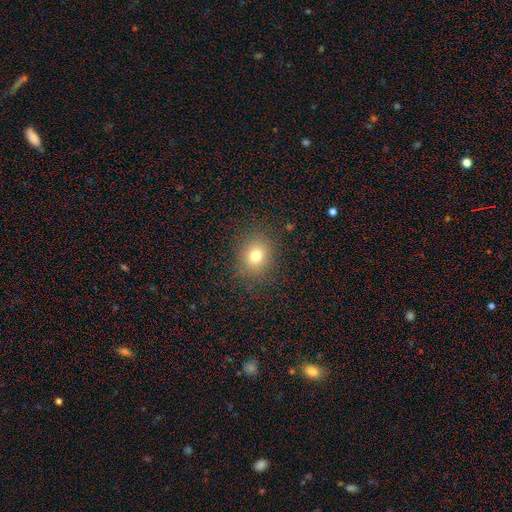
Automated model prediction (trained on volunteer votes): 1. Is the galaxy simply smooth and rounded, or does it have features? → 75% smooth, 15% star or artifact, 10% featured or disk.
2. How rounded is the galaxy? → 70% round, 29% in between, 1% cigar-shaped.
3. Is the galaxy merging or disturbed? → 85% none, 9% minor disturbance, 4% major disturbance, 1% merger.